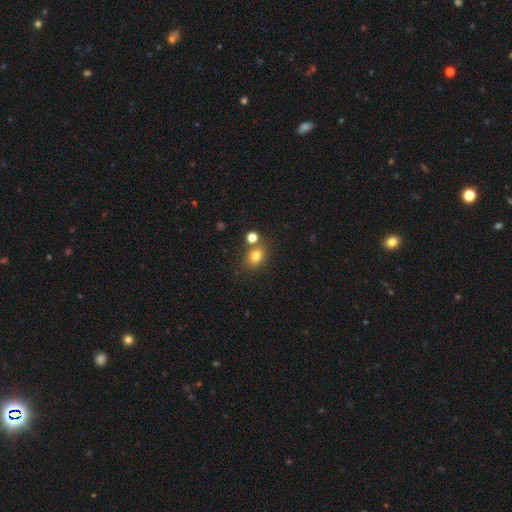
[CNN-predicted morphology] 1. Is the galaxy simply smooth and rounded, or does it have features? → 79% smooth, 13% star or artifact, 8% featured or disk.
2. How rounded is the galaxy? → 52% round, 47% in between, 1% cigar-shaped.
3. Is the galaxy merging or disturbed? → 69% none, 16% merger, 11% minor disturbance, 4% major disturbance.